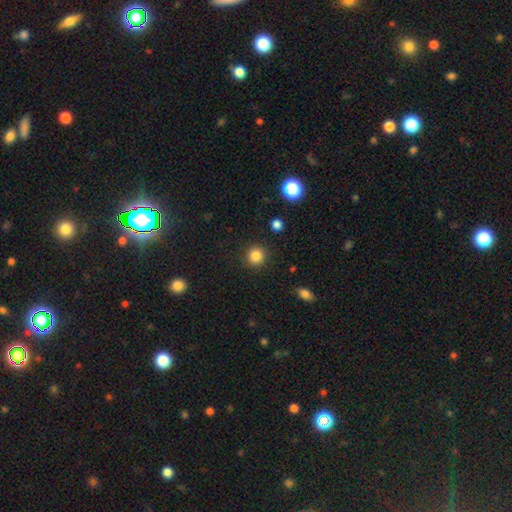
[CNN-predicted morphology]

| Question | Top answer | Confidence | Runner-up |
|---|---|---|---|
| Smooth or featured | smooth | 85% | star or artifact (12%) |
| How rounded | round | 93% | in between (6%) |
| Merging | none | 91% | minor disturbance (6%) |